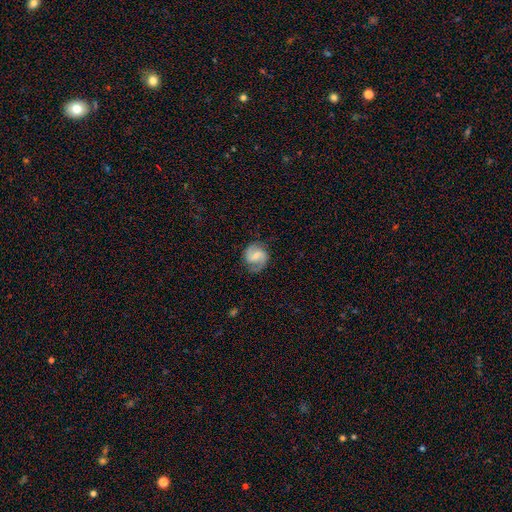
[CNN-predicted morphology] Smooth or featured? featured or disk (78%)
Edge-on disk? no (98%)
Bar? weak (53%)
Spiral arms? yes (95%)
Spiral winding? medium (53%)
Spiral arm count? 2 (89%)
Bulge size? small (48%)
Merging? none (79%)